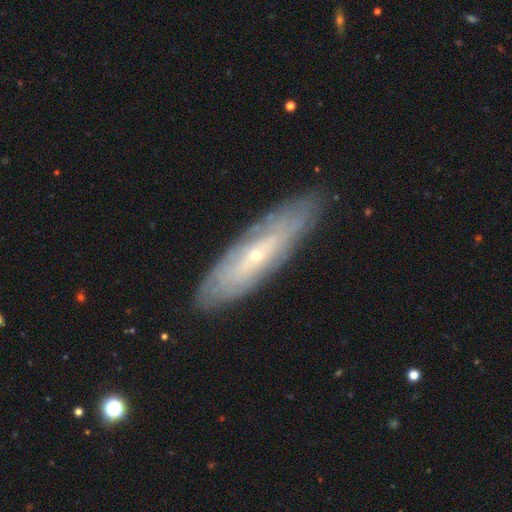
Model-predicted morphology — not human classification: This appears to be a featured or disk galaxy (70%). Merging: none (84%).